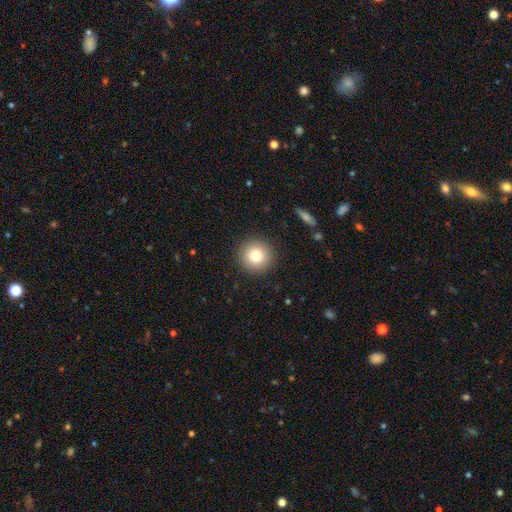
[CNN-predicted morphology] Smooth or featured: smooth — 79% (featured or disk — 10%)
How rounded: round — 95% (in between — 4%)
Merging: none — 91% (minor disturbance — 6%)